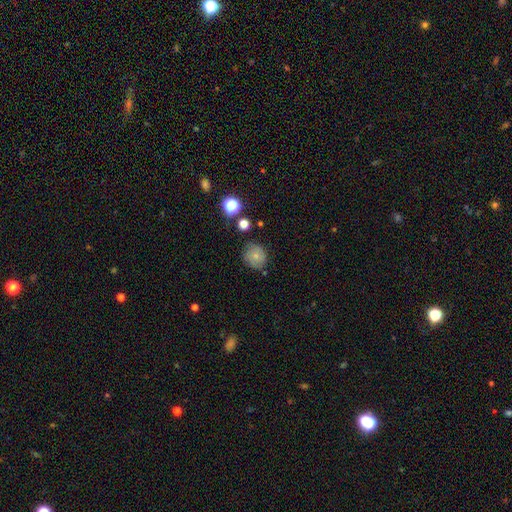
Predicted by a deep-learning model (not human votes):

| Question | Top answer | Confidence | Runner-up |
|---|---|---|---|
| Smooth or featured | smooth | 71% | featured or disk (17%) |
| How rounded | round | 81% | in between (18%) |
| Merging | none | 75% | minor disturbance (17%) |